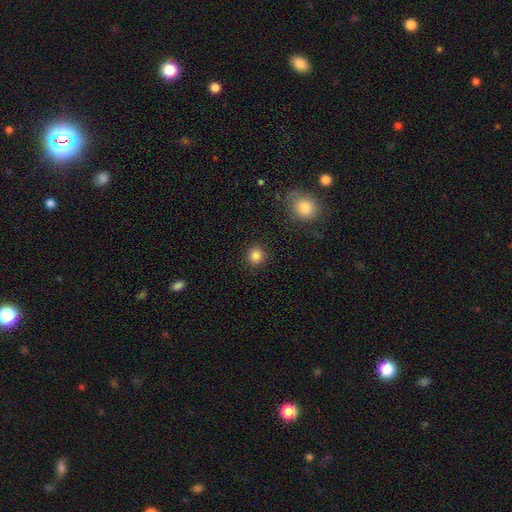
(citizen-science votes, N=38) Overall: smooth (87%). How rounded: round (97%). Merging: none (94%).